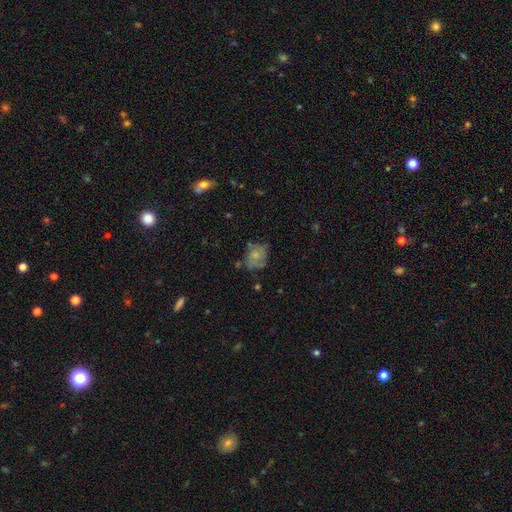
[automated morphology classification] Overall: smooth (50%; featured or disk 39%). Merging: none (48%; minor disturbance 29%).